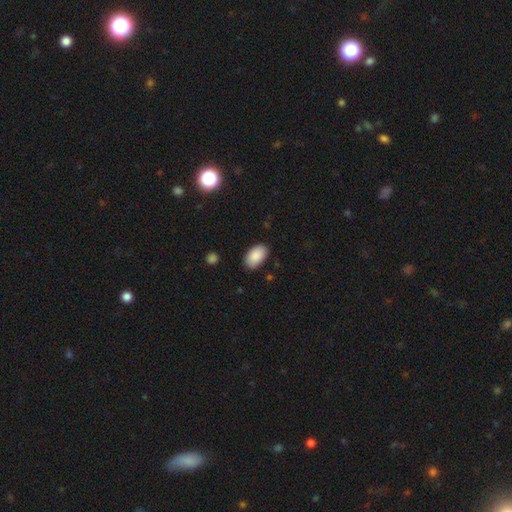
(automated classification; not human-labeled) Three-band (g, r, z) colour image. It shows a smooth galaxy with no disk features (89%) that is in between round and cigar-shaped (93%). Merging: none (85%).